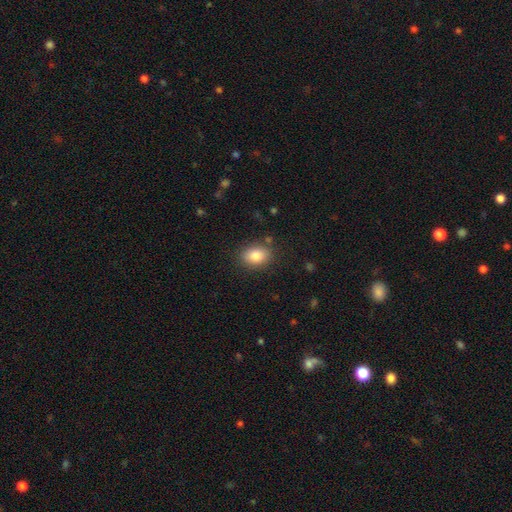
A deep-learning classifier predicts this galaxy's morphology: Q: Smooth or featured?
A: smooth (85%); runner-up: star or artifact (8%)
Q: How rounded?
A: in between (73%); runner-up: round (25%)
Q: Merging?
A: none (83%); runner-up: minor disturbance (11%)